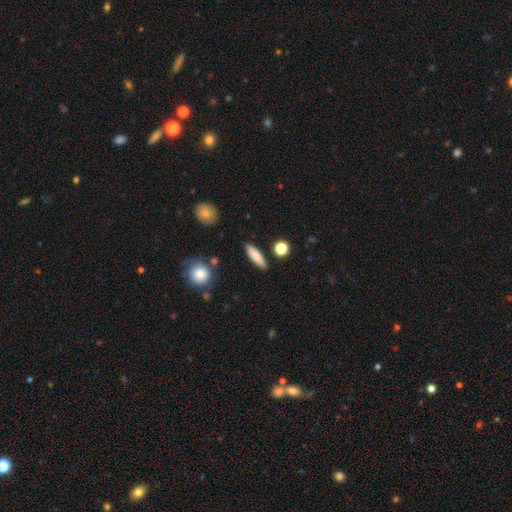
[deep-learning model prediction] Smooth or featured?
  - smooth: 79% *
  - featured or disk: 15%
  - star or artifact: 7%
How rounded?
  - cigar-shaped: 68% *
  - in between: 29%
  - round: 3%
Merging?
  - none: 88% *
  - minor disturbance: 8%
  - merger: 3%
  - major disturbance: 2%